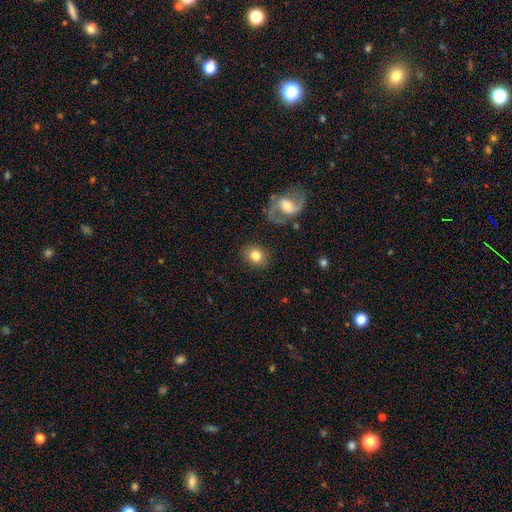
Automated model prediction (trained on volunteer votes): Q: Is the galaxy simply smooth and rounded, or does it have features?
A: smooth — 78%.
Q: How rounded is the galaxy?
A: round — 73%.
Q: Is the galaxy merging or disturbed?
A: none — 86%.